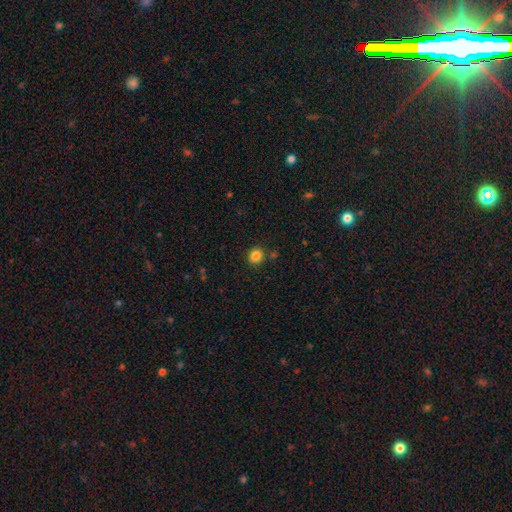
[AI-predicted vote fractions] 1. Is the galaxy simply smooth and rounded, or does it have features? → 84% smooth, 12% star or artifact, 4% featured or disk.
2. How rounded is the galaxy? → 85% round, 14% in between, 1% cigar-shaped.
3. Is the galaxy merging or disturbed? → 87% none, 7% minor disturbance, 4% merger, 2% major disturbance.